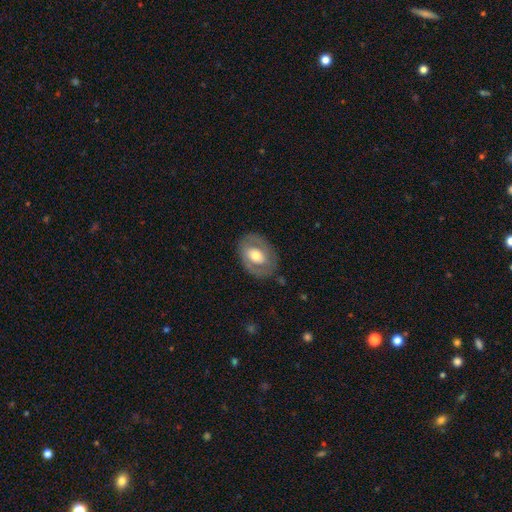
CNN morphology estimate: smooth-or-featured: featured or disk: 53% | smooth: 42% | star or artifact: 6%
  disk-edge-on: no: 93% | yes: 7%
  merging: none: 79% | minor disturbance: 13% | major disturbance: 6% | merger: 1%